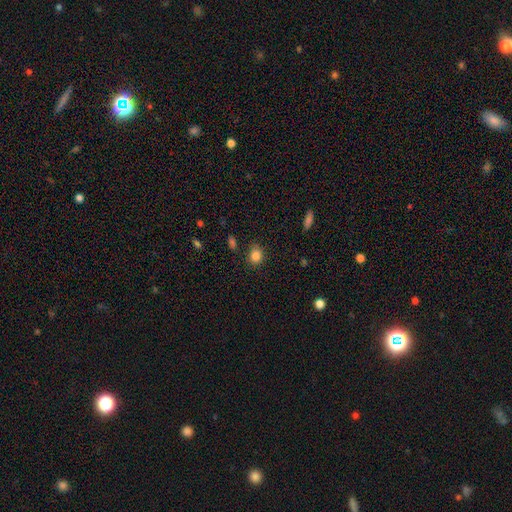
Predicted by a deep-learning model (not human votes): smooth 84%, star or artifact 11%, featured or disk 5%. Down the decision tree: how rounded — round (64%); merging — none (77%).